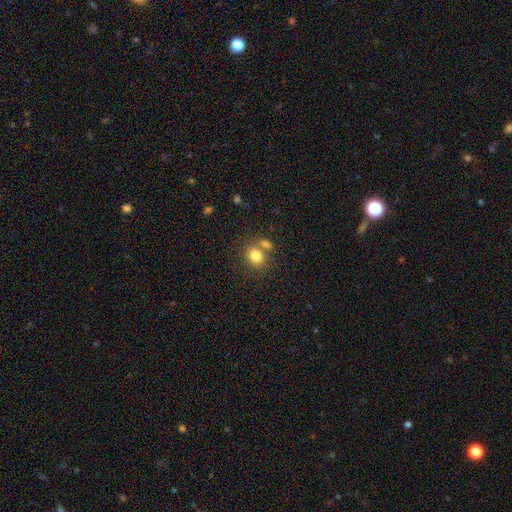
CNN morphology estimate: This appears to be a smooth galaxy with no disk features (81%) that is round (65%). Merging: none (61%).